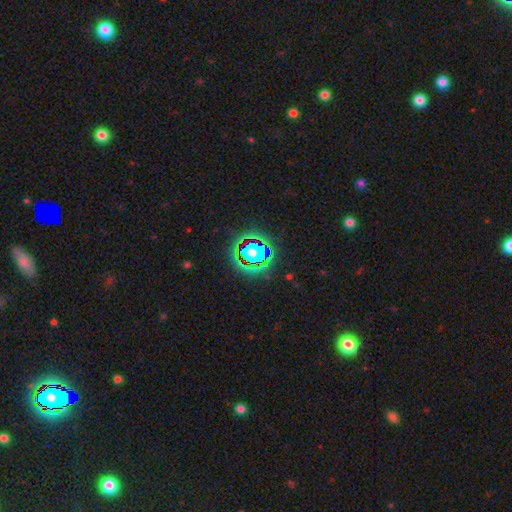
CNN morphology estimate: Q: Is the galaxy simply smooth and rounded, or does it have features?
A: star or artifact — 63%.